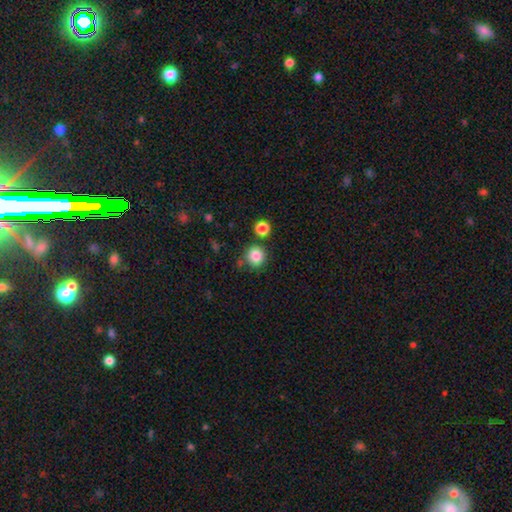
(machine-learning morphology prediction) Overall: smooth (84%). How rounded: round (88%). Merging: none (77%).